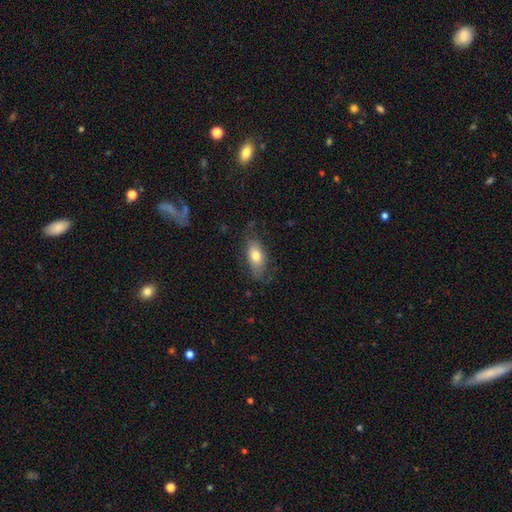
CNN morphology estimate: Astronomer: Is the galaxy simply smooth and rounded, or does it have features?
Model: smooth — 68%.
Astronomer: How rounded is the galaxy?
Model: in between — 87%.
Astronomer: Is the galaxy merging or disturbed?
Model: none — 64%.